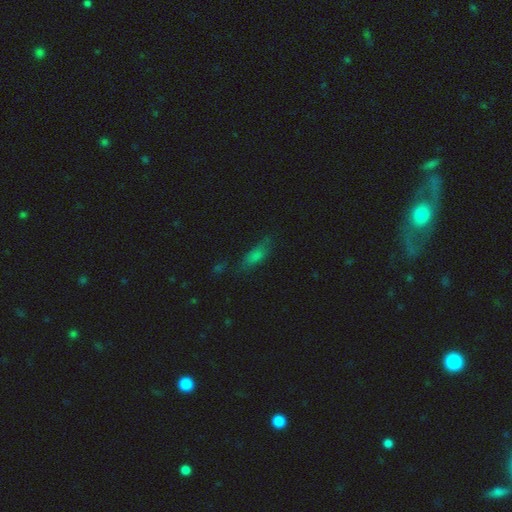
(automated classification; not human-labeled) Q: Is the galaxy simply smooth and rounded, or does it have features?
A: smooth — 71%.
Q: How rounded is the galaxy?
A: in between — 57%.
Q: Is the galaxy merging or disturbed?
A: none — 61%.